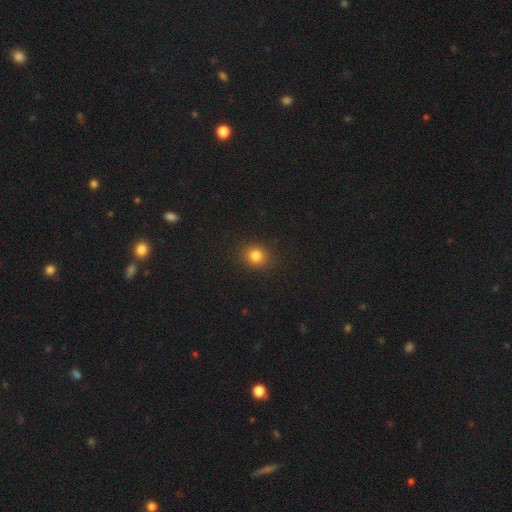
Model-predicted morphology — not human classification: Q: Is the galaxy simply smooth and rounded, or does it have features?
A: smooth — 81%.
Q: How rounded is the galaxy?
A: round — 78%.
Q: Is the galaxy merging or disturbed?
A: none — 90%.